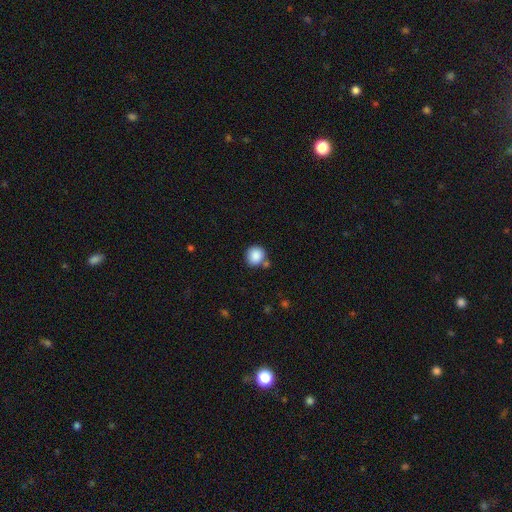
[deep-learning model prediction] smooth_or_featured: smooth (p=0.87) [alt: star or artifact p=0.09]
how_rounded: round (p=0.89) [alt: in between p=0.10]
merging: none (p=0.72) [alt: merger p=0.13]